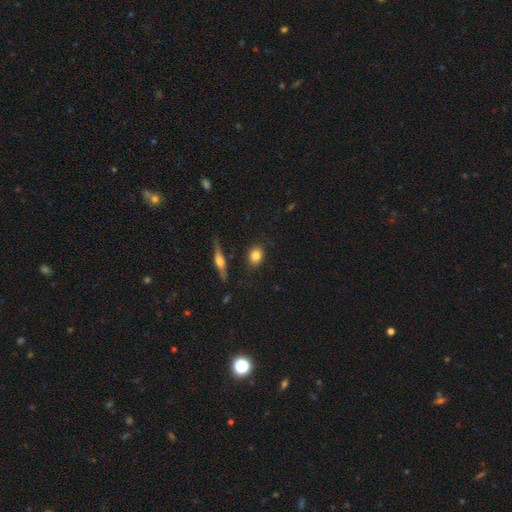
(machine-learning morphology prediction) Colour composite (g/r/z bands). It shows a smooth galaxy with no disk features (82%) that is round (55%). Merging: none (84%).